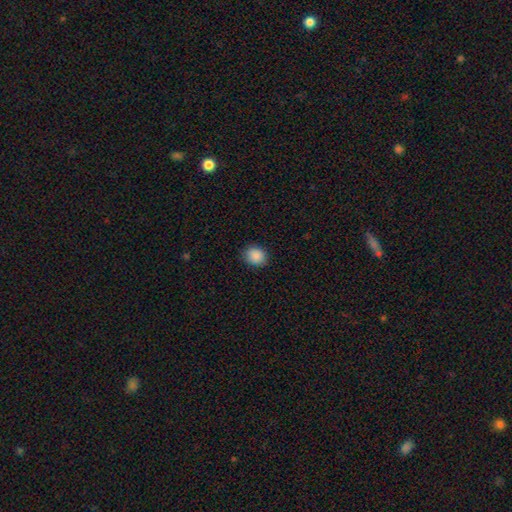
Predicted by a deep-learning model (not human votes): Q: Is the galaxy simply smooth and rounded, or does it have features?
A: smooth — 88%.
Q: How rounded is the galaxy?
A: round — 68%.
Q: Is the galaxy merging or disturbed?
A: none — 87%.